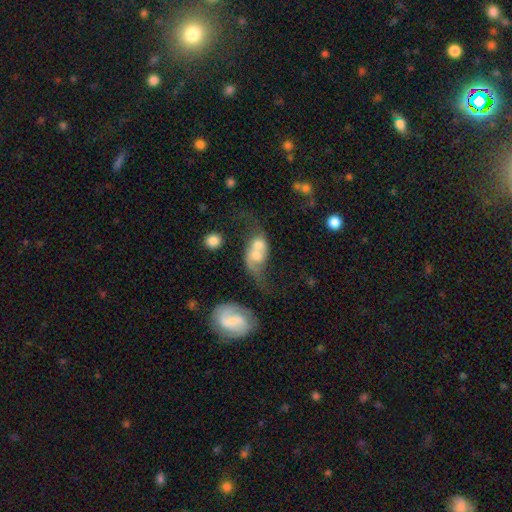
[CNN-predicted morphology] Smooth or featured? featured or disk (52%)
Edge-on disk? no (94%)
Merging? merger (66%)